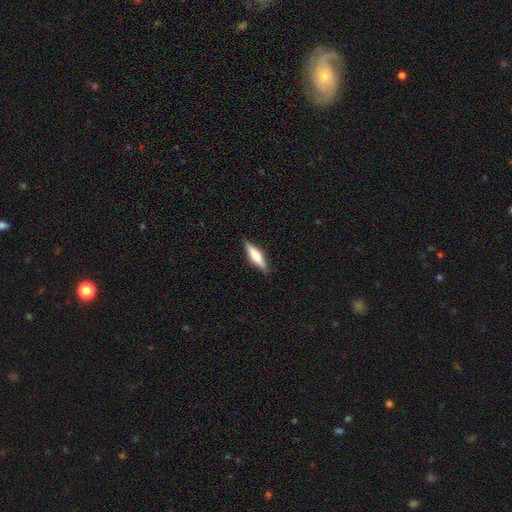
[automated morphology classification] The model was most divided on "smooth or featured": smooth: 58%, featured or disk: 36%, star or artifact: 6%. More confident: merging — none (88%); how rounded — cigar-shaped (75%).